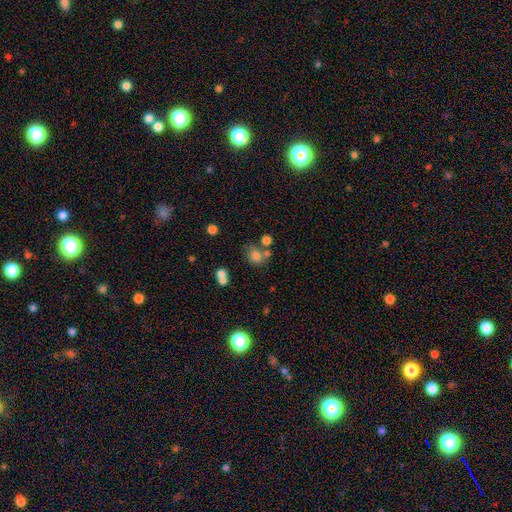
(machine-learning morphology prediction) smooth_or_featured: smooth (p=0.73) [alt: star or artifact p=0.14]
how_rounded: round (p=0.58) [alt: in between p=0.41]
merging: none (p=0.46) [alt: merger p=0.28]